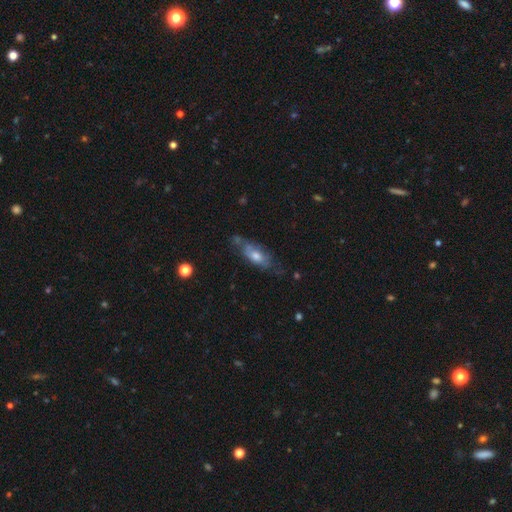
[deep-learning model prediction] Morphology: type=smooth (48%); merging=none (53%).